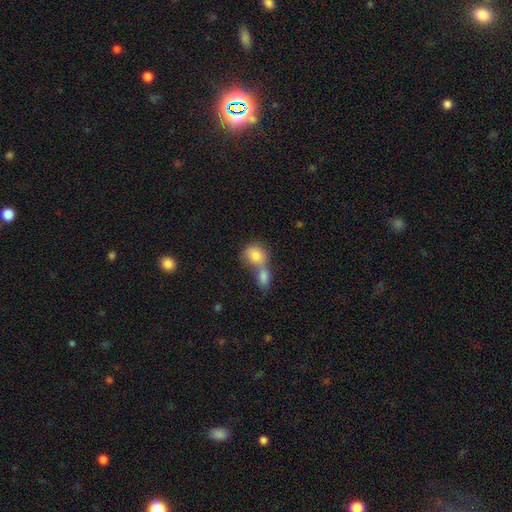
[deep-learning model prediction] Morphology: type=smooth (82%); roundness=round (52%); merging=merger (64%).